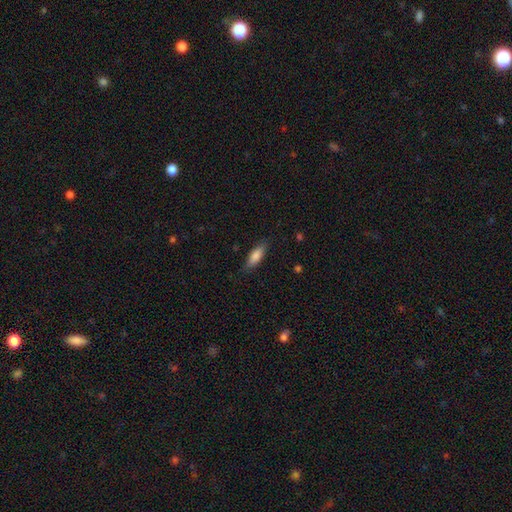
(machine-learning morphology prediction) Smooth or featured? smooth (82%)
How rounded? in between (63%)
Merging? none (81%)